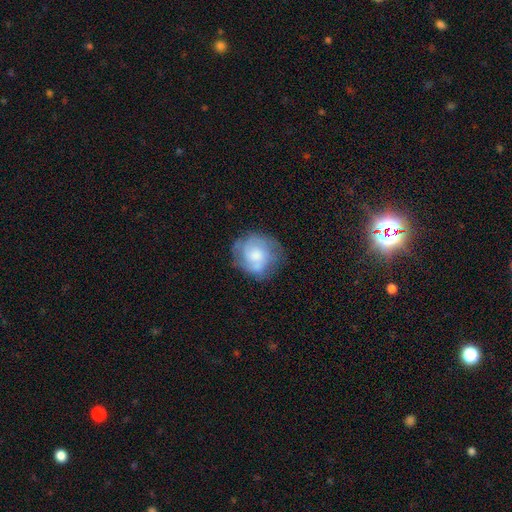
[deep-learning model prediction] featured or disk 53%, smooth 40%, star or artifact 7%. Down the decision tree: edge-on disk — no (98%); bar — no (73%); spiral arms — yes (75%); bulge size — moderate (39%); merging — none (63%).